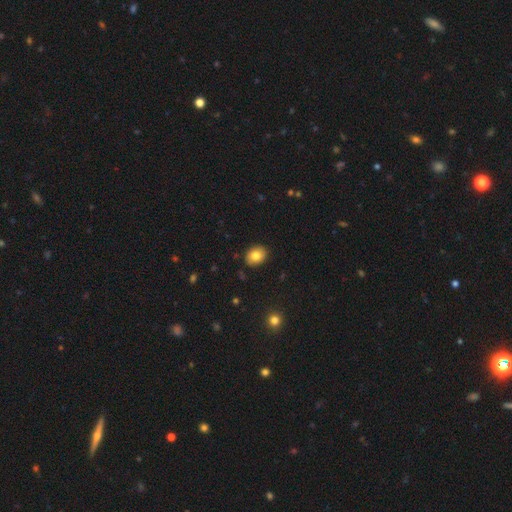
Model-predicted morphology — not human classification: smooth_or_featured: smooth (p=0.82) [alt: featured or disk p=0.10]
how_rounded: in between (p=0.56) [alt: round p=0.43]
merging: none (p=0.89) [alt: minor disturbance p=0.08]